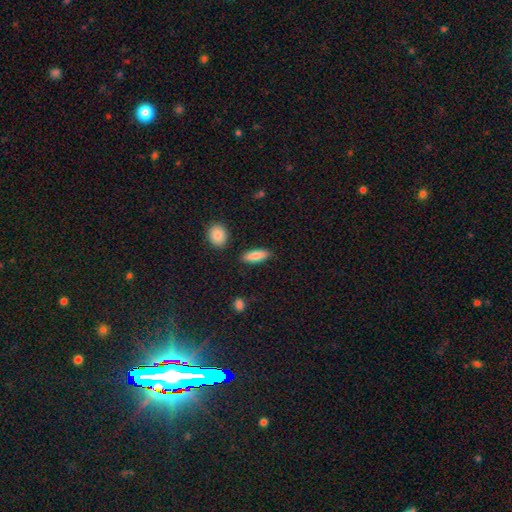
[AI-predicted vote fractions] smooth-or-featured: smooth: 83% | featured or disk: 10% | star or artifact: 6%
  how-rounded: in between: 58% | cigar-shaped: 39% | round: 3%
  merging: none: 85% | minor disturbance: 10% | major disturbance: 3% | merger: 3%